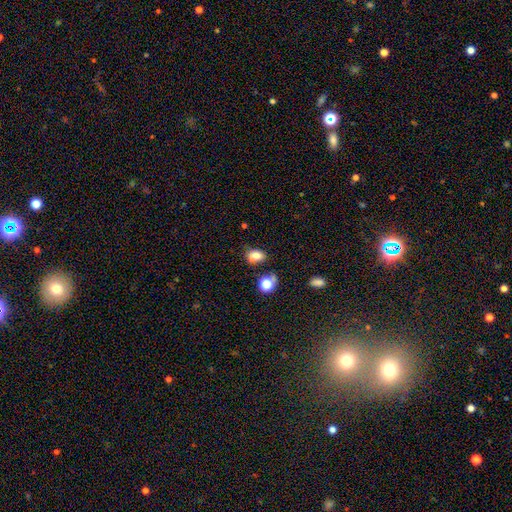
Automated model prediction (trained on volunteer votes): smooth 79%, star or artifact 13%, featured or disk 8%. Down the decision tree: how rounded — in between (74%); merging — none (66%).